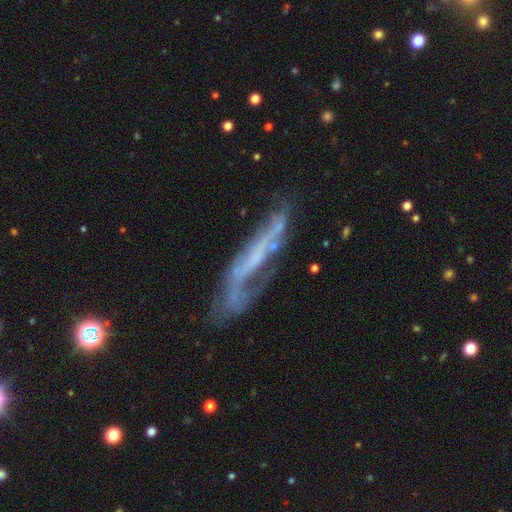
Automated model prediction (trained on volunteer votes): Q: Smooth or featured?
A: featured or disk (69%); runner-up: smooth (21%)
Q: Edge-on disk?
A: no (56%); runner-up: yes (44%)
Q: Merging?
A: none (51%); runner-up: minor disturbance (23%)